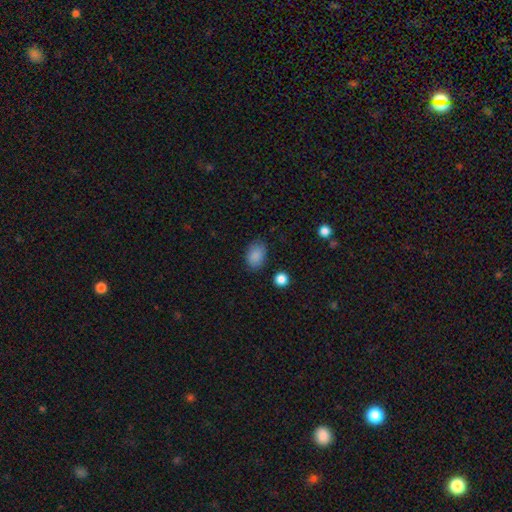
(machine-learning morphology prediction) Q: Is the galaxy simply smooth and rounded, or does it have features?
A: smooth — 88%.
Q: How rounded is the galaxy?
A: in between — 82%.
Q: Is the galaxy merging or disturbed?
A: none — 81%.